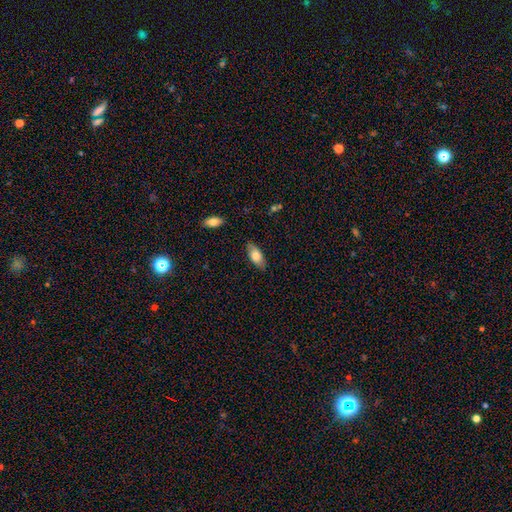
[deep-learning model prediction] Smooth or featured? Predicted: smooth (p=0.73). How rounded? Predicted: in between (p=0.84). Merging? Predicted: none (p=0.82).